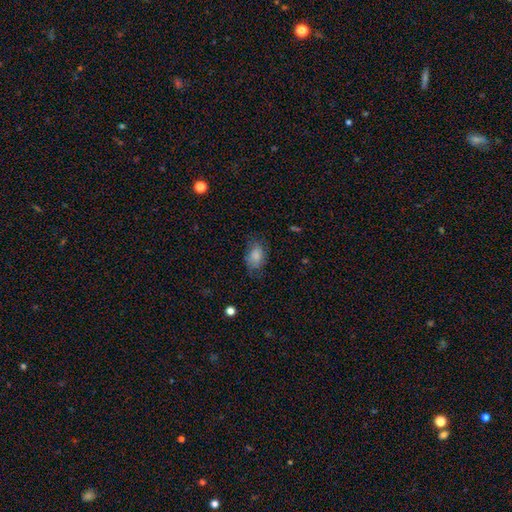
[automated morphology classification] A smooth galaxy with no disk features (80%) that is in between round and cigar-shaped (84%). Merging: none (60%).